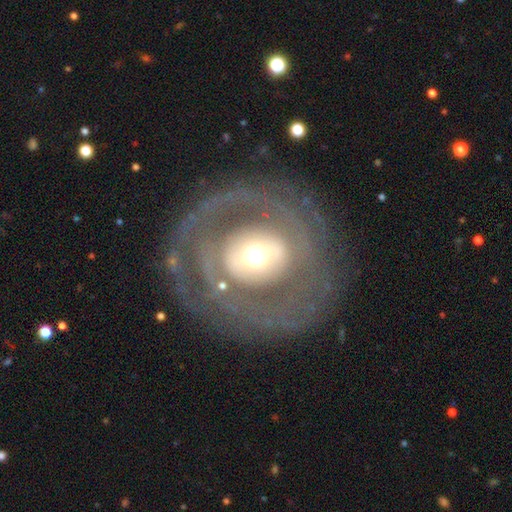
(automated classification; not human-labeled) Smooth or featured?
  - featured or disk: 71% *
  - smooth: 22%
  - star or artifact: 8%
Edge-on disk?
  - no: 95% *
  - yes: 5%
Bar?
  - no: 62% *
  - weak: 22%
  - strong: 17%
Spiral arms?
  - yes: 54% *
  - no: 46%
Bulge size?
  - moderate: 51% *
  - large: 26%
  - small: 16%
  - dominant: 6%
  - none: 1%
Merging?
  - none: 72% *
  - major disturbance: 14%
  - minor disturbance: 12%
  - merger: 2%